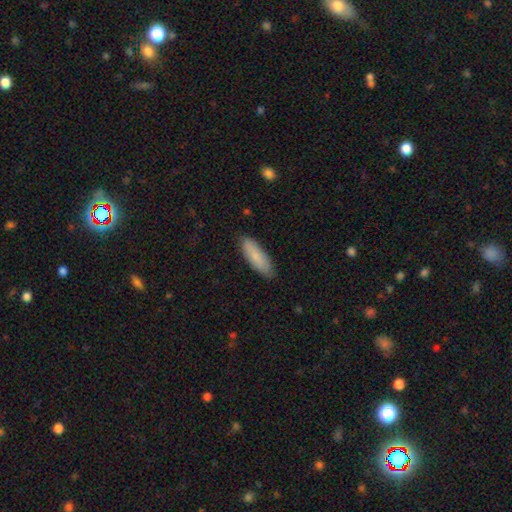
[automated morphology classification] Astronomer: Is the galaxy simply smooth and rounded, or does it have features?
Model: smooth — 83%.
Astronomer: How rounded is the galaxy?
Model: in between — 55% (runner-up: cigar-shaped, 44%).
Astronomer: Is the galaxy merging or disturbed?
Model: none — 86%.